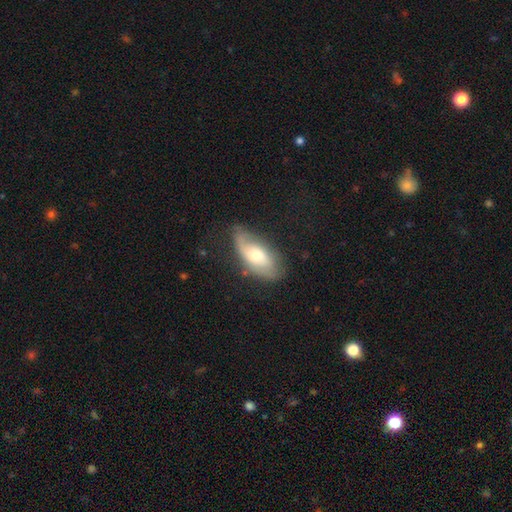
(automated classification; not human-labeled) A featured or disk galaxy (48%). Merging: none (62%).